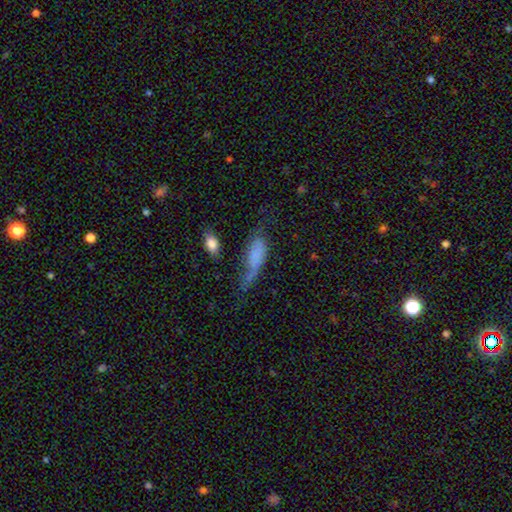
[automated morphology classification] smooth-or-featured: smooth: 63% | featured or disk: 27% | star or artifact: 10%
  how-rounded: in between: 64% | cigar-shaped: 32% | round: 4%
  merging: major disturbance: 31% (tied) | none: 31% (tied) | minor disturbance: 29% | merger: 8%